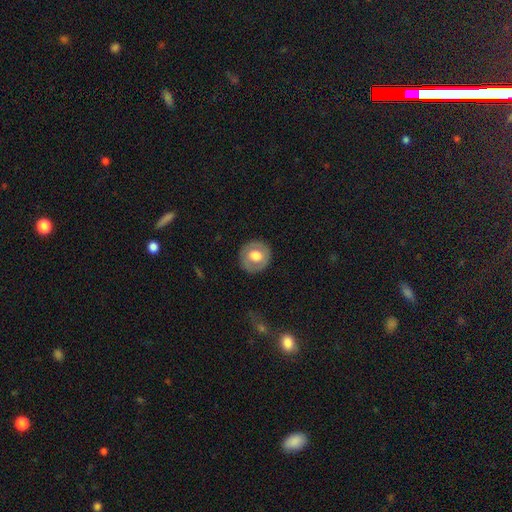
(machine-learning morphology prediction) Q: Smooth or featured?
A: smooth (59%); runner-up: featured or disk (34%)
Q: How rounded?
A: round (90%); runner-up: in between (9%)
Q: Merging?
A: none (87%); runner-up: minor disturbance (9%)